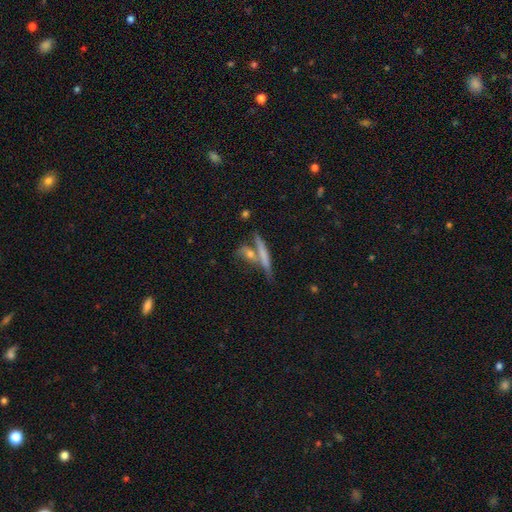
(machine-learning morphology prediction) A featured or disk galaxy (50%) viewed edge-on (86%).

Vote fractions:
- Smooth or featured? featured or disk: 50% / smooth: 36% / star or artifact: 14%
- Edge-on disk? yes: 86% / no: 14%
- Merging? none: 58% / merger: 25% / minor disturbance: 11% / major disturbance: 6%